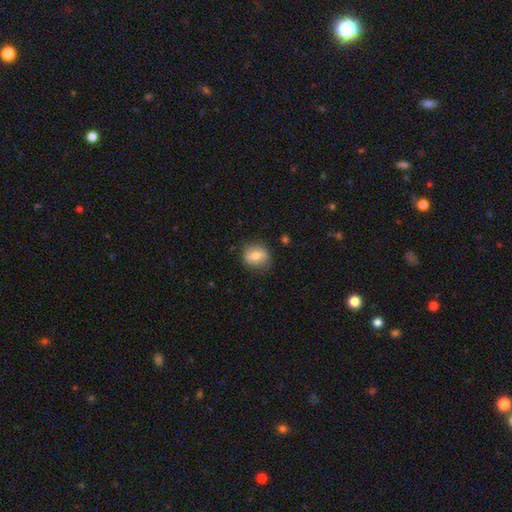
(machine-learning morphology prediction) This appears to be a smooth galaxy with no disk features (64%) that is round (67%). Merging: none (81%).